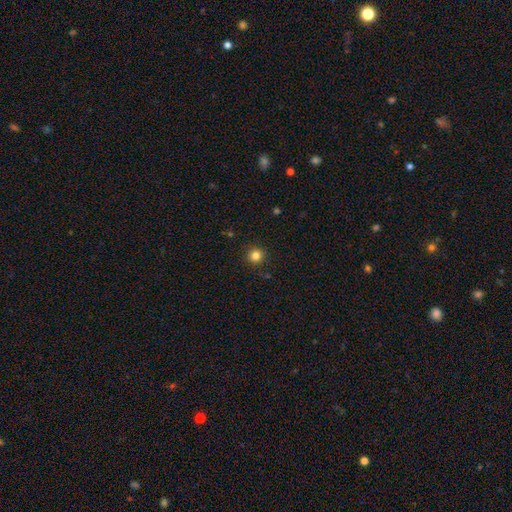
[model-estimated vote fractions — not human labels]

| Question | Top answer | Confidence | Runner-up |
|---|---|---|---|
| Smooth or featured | smooth | 82% | star or artifact (13%) |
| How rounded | round | 95% | in between (4%) |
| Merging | none | 92% | minor disturbance (5%) |